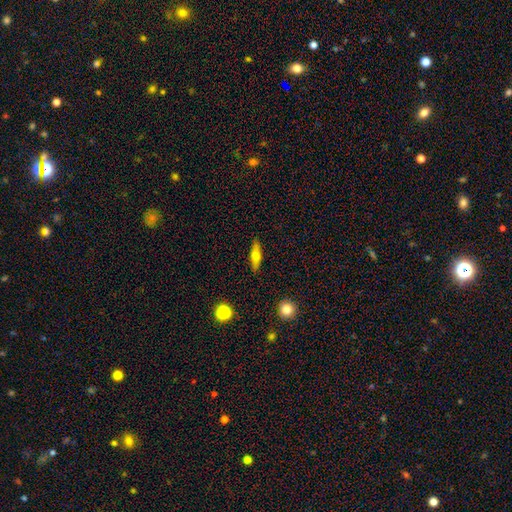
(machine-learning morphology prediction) Smooth or featured? smooth (54%)
How rounded? cigar-shaped (60%)
Merging? none (88%)